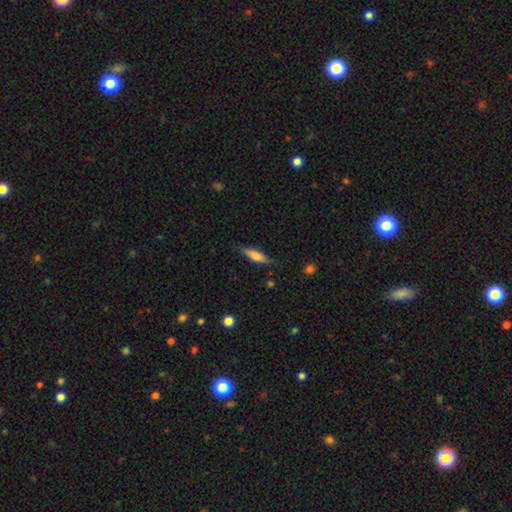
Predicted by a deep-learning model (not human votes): Smooth or featured: smooth — 62% (featured or disk — 32%)
How rounded: cigar-shaped — 65% (in between — 33%)
Merging: none — 81% (minor disturbance — 15%)